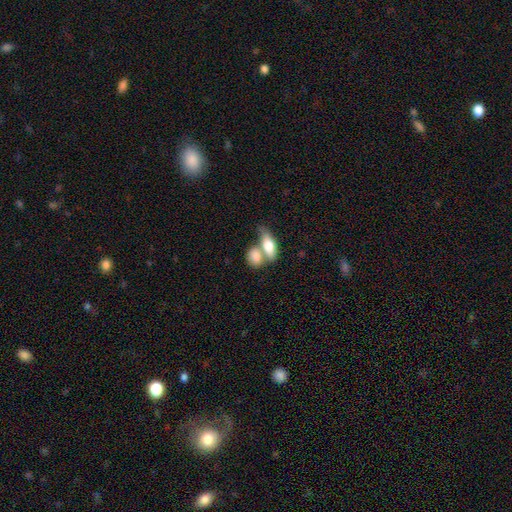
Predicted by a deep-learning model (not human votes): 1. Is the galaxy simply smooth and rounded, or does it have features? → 76% smooth, 17% featured or disk, 6% star or artifact.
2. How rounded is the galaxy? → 79% in between, 13% round, 8% cigar-shaped.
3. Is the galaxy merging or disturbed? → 59% merger, 26% none, 9% minor disturbance, 5% major disturbance.